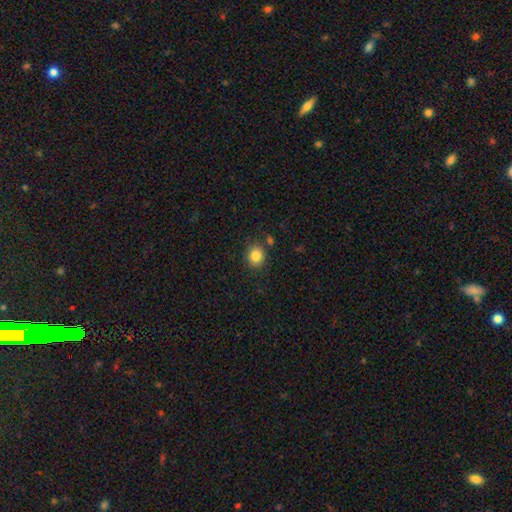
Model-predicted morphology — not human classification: smooth_or_featured: smooth (p=0.85) [alt: star or artifact p=0.10]
how_rounded: round (p=0.73) [alt: in between p=0.26]
merging: none (p=0.82) [alt: minor disturbance p=0.11]